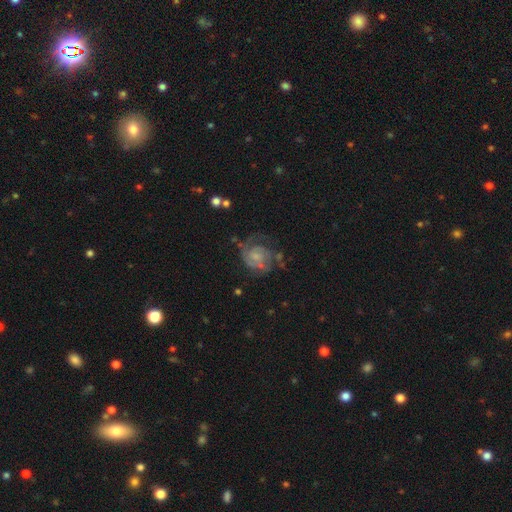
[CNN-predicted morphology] featured or disk 76%, smooth 17%, star or artifact 7%. Down the decision tree: edge-on disk — no (98%); bar — no (60%); spiral arms — yes (90%); spiral arm count — 2 (50%); spiral winding — tight (48%); bulge size — small (44%); merging — none (51%).